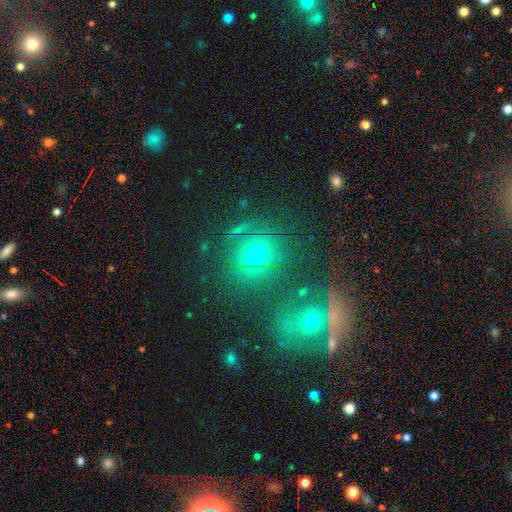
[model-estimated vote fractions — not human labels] Morphology: type=smooth (57%); roundness=round (77%); merging=none (67%).